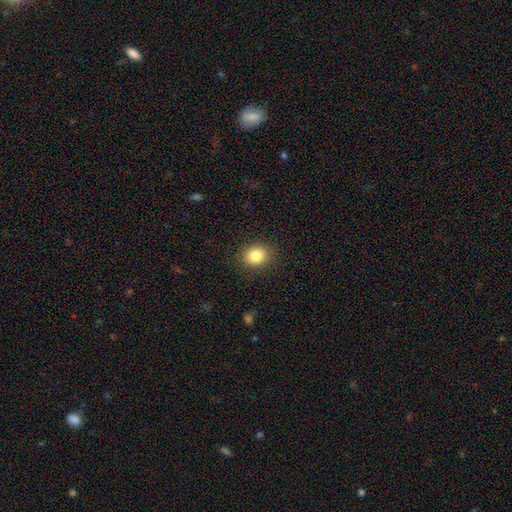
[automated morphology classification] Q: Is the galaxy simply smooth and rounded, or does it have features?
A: smooth — 84%.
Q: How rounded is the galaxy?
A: round — 65%.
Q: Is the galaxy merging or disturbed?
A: none — 88%.